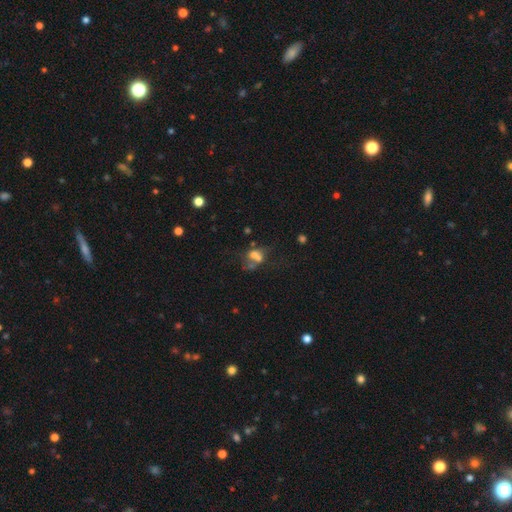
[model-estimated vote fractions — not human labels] The model was most divided on "how rounded": in between: 53%, round: 45%, cigar-shaped: 2%. More confident: merging — merger (53%); smooth or featured — smooth (51%).